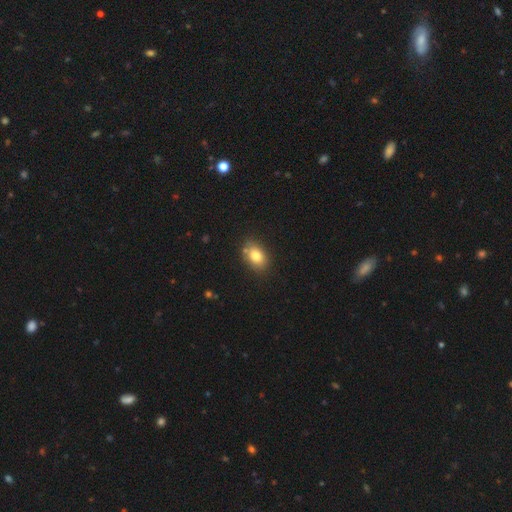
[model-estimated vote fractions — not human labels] Overall: smooth (81%). How rounded: in between (79%). Merging: none (78%).